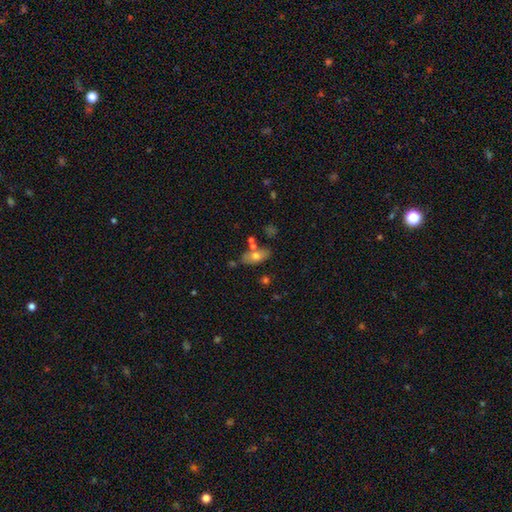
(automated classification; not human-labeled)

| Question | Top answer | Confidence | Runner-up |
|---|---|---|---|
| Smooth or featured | smooth | 67% | featured or disk (25%) |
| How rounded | in between | 86% | cigar-shaped (9%) |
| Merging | none | 68% | minor disturbance (15%) |